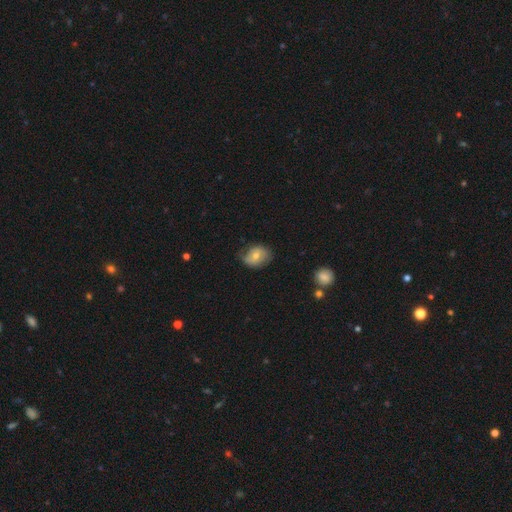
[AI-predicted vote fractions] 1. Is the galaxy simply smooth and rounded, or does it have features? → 58% smooth, 35% featured or disk, 8% star or artifact.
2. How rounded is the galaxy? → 59% in between, 40% round, 1% cigar-shaped.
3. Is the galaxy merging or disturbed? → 62% none, 29% minor disturbance, 8% major disturbance, 1% merger.